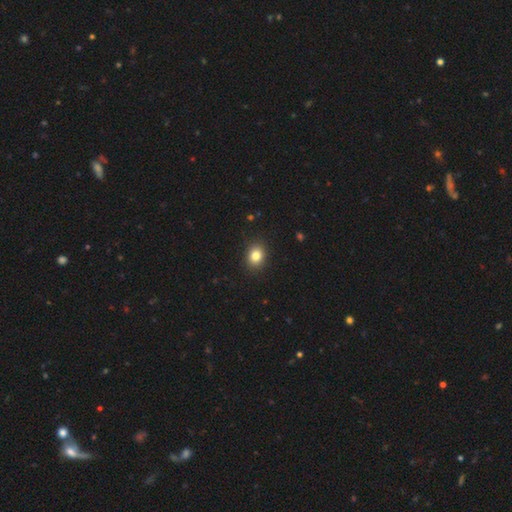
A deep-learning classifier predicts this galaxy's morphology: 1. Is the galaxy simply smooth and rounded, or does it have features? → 83% smooth, 10% star or artifact, 7% featured or disk.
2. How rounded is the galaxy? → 52% in between, 47% round, 1% cigar-shaped.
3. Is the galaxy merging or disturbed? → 90% none, 7% minor disturbance, 2% major disturbance, 1% merger.